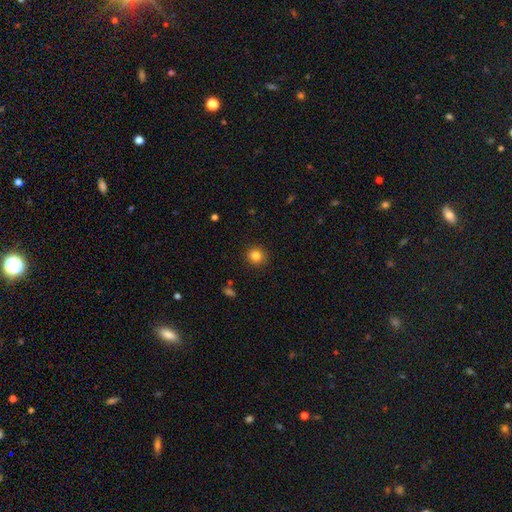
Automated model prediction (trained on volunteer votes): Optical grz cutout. It shows a smooth galaxy with no disk features (83%) that is round (91%). Merging: none (90%).